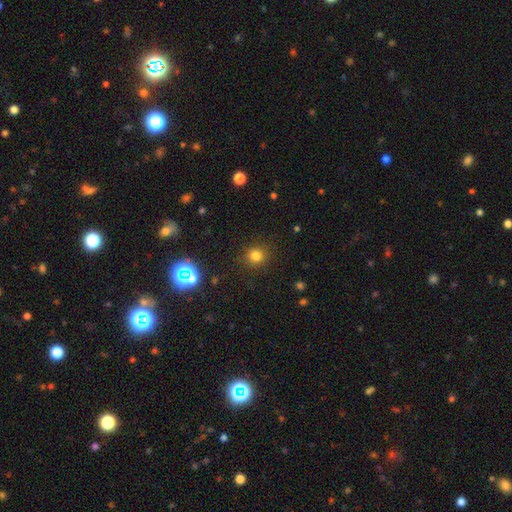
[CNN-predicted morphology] Smooth or featured: smooth — 78% (star or artifact — 17%)
How rounded: round — 90% (in between — 9%)
Merging: none — 89% (minor disturbance — 7%)